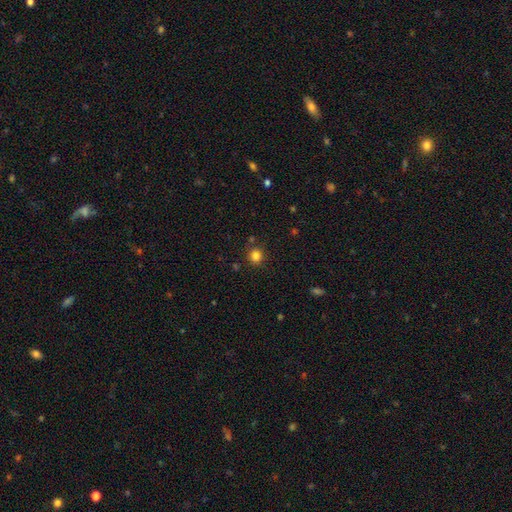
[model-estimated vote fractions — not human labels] Q: Smooth or featured?
A: smooth (82%); runner-up: star or artifact (13%)
Q: How rounded?
A: round (89%); runner-up: in between (10%)
Q: Merging?
A: none (85%); runner-up: minor disturbance (9%)